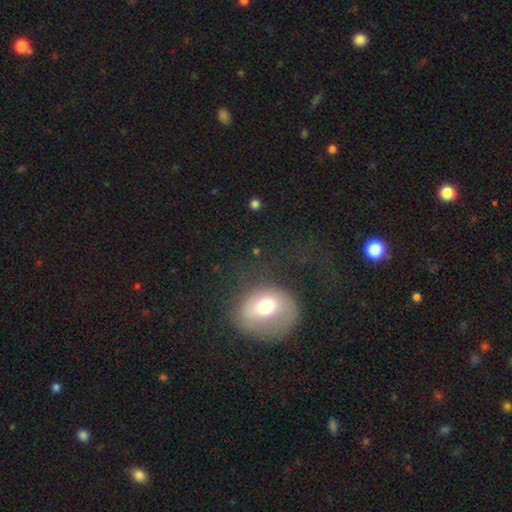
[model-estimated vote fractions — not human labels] smooth-or-featured: smooth: 50% | featured or disk: 36% | star or artifact: 14%
  how-rounded: round: 61% | in between: 38% | cigar-shaped: 2%
  merging: none: 49% | major disturbance: 30% | minor disturbance: 20% | merger: 2%